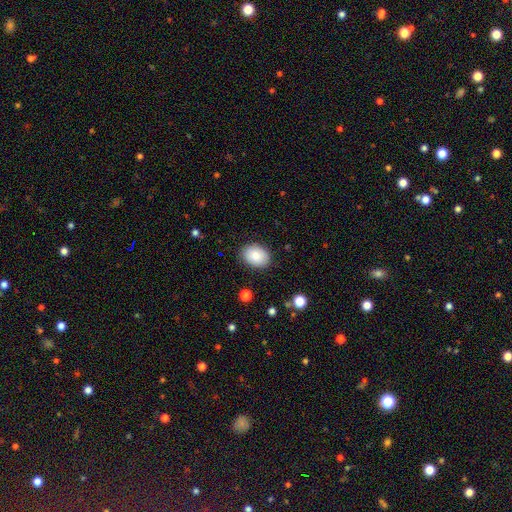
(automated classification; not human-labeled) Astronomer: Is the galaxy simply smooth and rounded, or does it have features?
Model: smooth — 85%.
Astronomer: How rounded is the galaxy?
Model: in between — 70%.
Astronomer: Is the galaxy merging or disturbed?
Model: none — 86%.